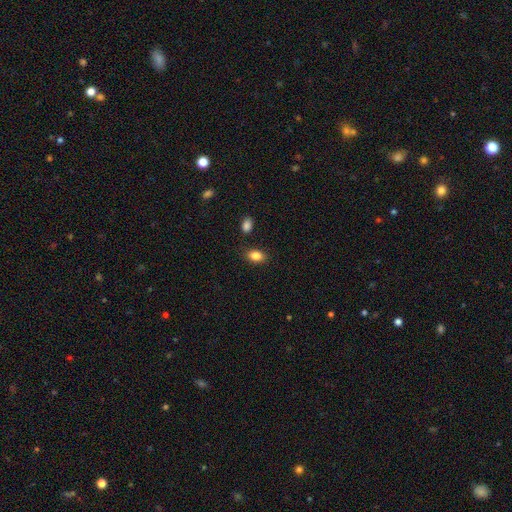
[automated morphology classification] type=smooth (86%); roundness=in between (86%); merging=none (84%).